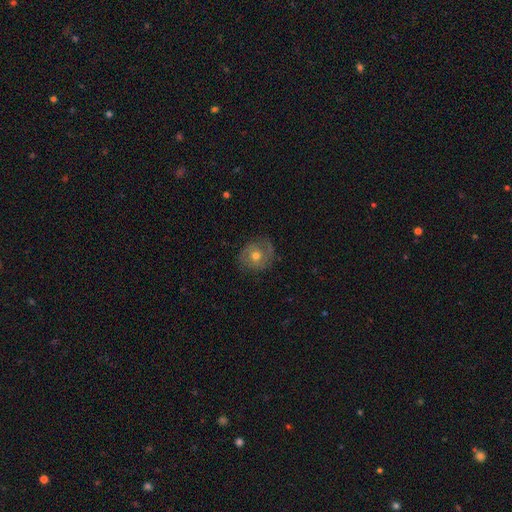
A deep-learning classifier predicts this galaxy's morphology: A featured or disk galaxy (52%).

Vote fractions:
- Smooth or featured? featured or disk: 52% / smooth: 40% / star or artifact: 9%
- Edge-on disk? no: 96% / yes: 4%
- Merging? none: 74% / minor disturbance: 18% / major disturbance: 7% / merger: 1%